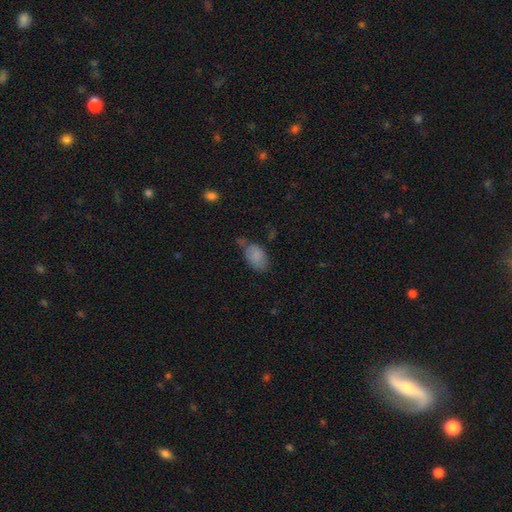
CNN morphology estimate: The model was most divided on "merging": none: 51%, minor disturbance: 28%, merger: 13%, major disturbance: 9%. More confident: how rounded — in between (91%); smooth or featured — smooth (83%).